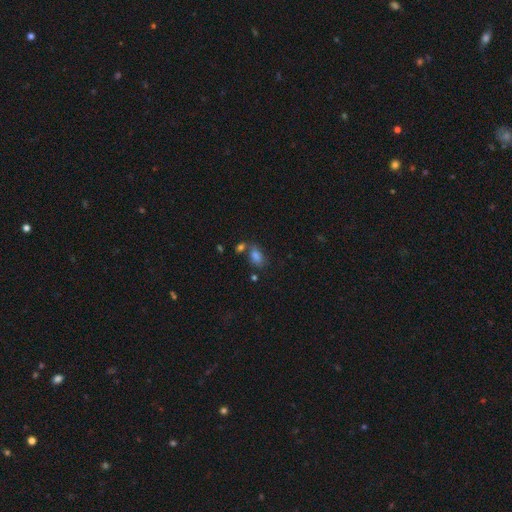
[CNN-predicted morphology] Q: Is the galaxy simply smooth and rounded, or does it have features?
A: smooth — 76%.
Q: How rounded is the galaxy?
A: in between — 86%.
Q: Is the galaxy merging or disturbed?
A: none — 57%.